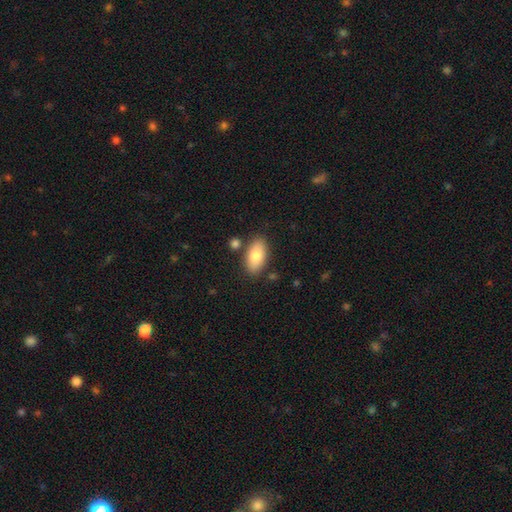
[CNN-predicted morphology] Smooth or featured: smooth — 82% (featured or disk — 12%)
How rounded: in between — 93% (round — 4%)
Merging: none — 82% (minor disturbance — 11%)